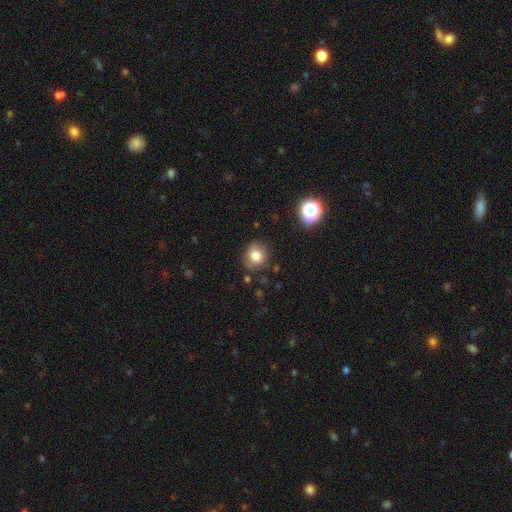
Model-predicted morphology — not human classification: This appears to be a smooth galaxy with no disk features (80%) that is round (80%). Merging: none (79%).